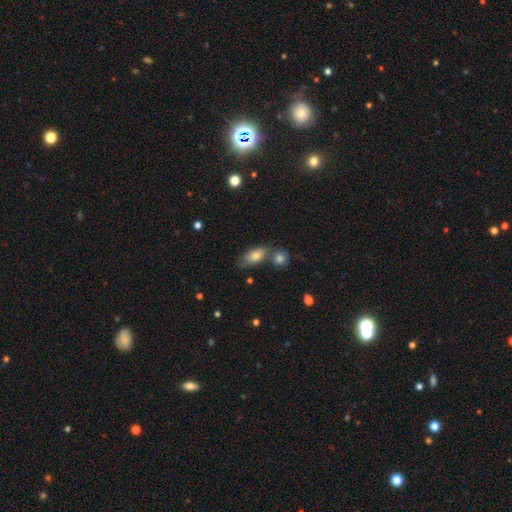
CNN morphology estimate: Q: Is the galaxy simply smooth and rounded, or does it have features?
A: smooth — 78%.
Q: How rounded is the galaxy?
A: in between — 83%.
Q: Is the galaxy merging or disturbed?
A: none — 56%.